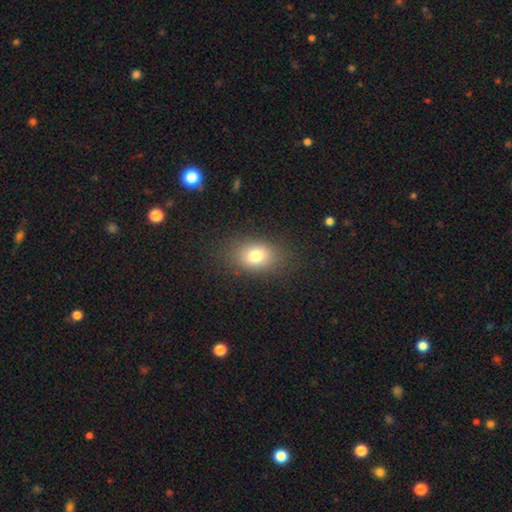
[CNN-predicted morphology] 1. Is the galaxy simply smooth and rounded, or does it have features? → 77% smooth, 12% star or artifact, 11% featured or disk.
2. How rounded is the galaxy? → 69% in between, 30% round, 1% cigar-shaped.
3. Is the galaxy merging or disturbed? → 83% none, 11% minor disturbance, 5% major disturbance, 1% merger.